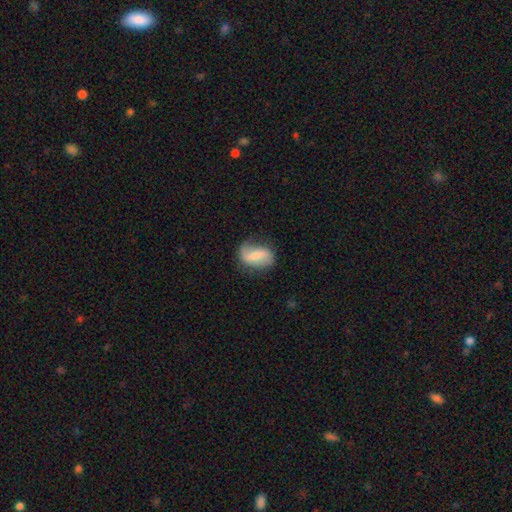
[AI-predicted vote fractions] Smooth or featured: featured or disk — 54% (smooth — 38%)
Edge-on disk: no — 96% (yes — 4%)
Bar: weak — 45% (strong — 33%)
Spiral arms: yes — 85% (no — 15%)
Bulge size: small — 41% (moderate — 37%)
Merging: none — 65% (minor disturbance — 24%)